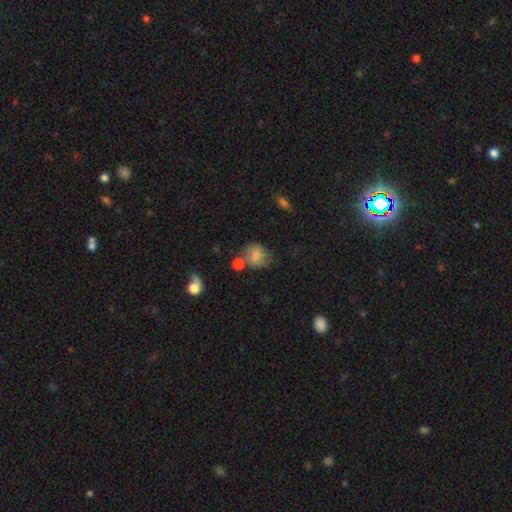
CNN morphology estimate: The model was most divided on "merging": none: 54%, minor disturbance: 22%, merger: 16%, major disturbance: 8%. More confident: smooth or featured — smooth (74%); how rounded — round (69%).